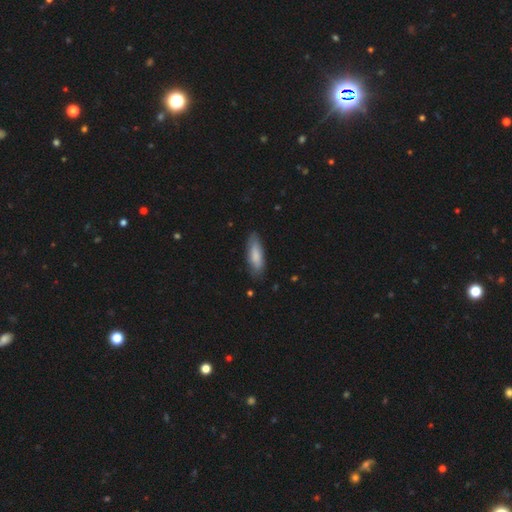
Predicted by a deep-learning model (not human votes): This is likely a smooth galaxy (77%). How rounded: likely in between (61%). Merging: likely none (76%).